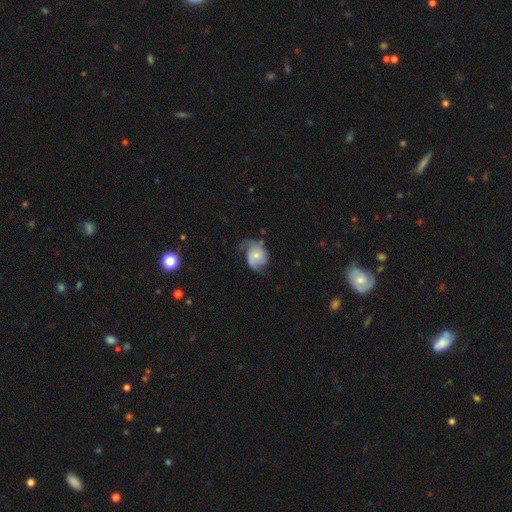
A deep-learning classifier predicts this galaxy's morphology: A featured or disk galaxy (62%) with no bar (76%), 2 (60%) medium (40%) spiral arms (89%) and a small central bulge (57%).

Vote fractions:
- Smooth or featured? featured or disk: 62% / smooth: 31% / star or artifact: 7%
- Edge-on disk? no: 97% / yes: 3%
- Bar? no: 76% / weak: 20% / strong: 3%
- Spiral arms? yes: 89% / no: 11%
- Spiral winding? medium: 40% / loose: 32% / tight: 28%
- Spiral arm count? 2: 60% / 1: 16% / can't tell: 14% / 3: 7% / 4: 2% / more than 4: 2%
- Bulge size? small: 57% / moderate: 34% / none: 5% / large: 3% / dominant: 1%
- Merging? none: 44% / minor disturbance: 31% / major disturbance: 23% / merger: 2%